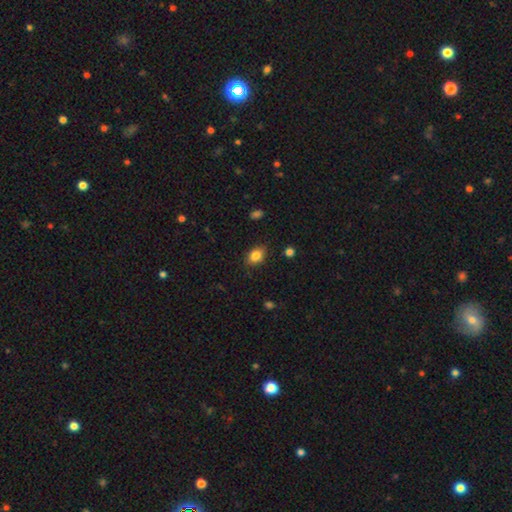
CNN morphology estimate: smooth_or_featured: smooth (p=0.84) [alt: star or artifact p=0.10]
how_rounded: in between (p=0.70) [alt: round p=0.29]
merging: none (p=0.83) [alt: minor disturbance p=0.13]